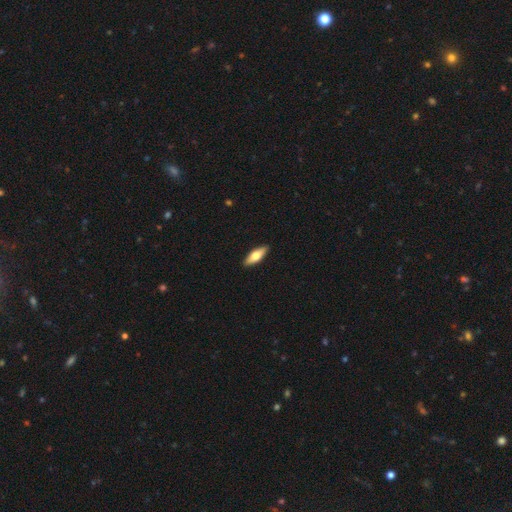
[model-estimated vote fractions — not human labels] smooth 63%, featured or disk 32%, star or artifact 6%. Down the decision tree: how rounded — in between (61%); merging — none (91%).